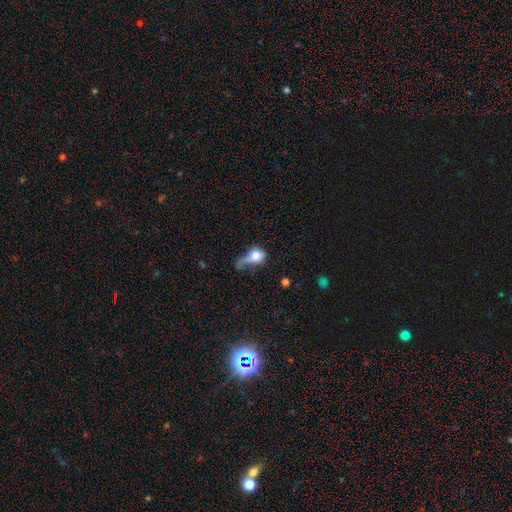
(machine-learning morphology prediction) This appears to be a smooth galaxy with no disk features (69%) that is round (55%). Merging: major disturbance (50%).